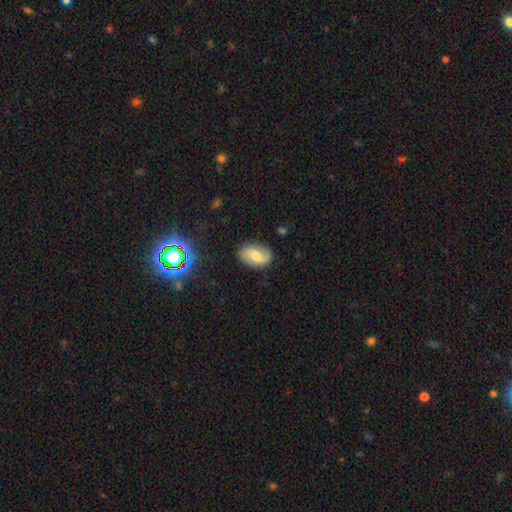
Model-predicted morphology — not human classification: A featured or disk galaxy (53%) with no bar (47%), spiral arms (86%) and a moderate central bulge (61%).

Vote fractions:
- Smooth or featured? featured or disk: 53% / smooth: 38% / star or artifact: 9%
- Edge-on disk? no: 96% / yes: 4%
- Bar? no: 47% / weak: 41% / strong: 12%
- Spiral arms? yes: 86% / no: 14%
- Bulge size? moderate: 61% / small: 28% / large: 6% / none: 3% / dominant: 1%
- Merging? none: 79% / minor disturbance: 16% / major disturbance: 4% / merger: 1%